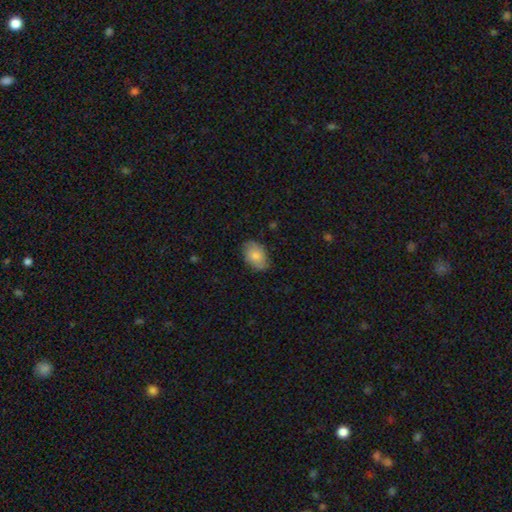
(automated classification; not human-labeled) Morphology: type=smooth (76%); roundness=in between (83%); merging=none (78%).